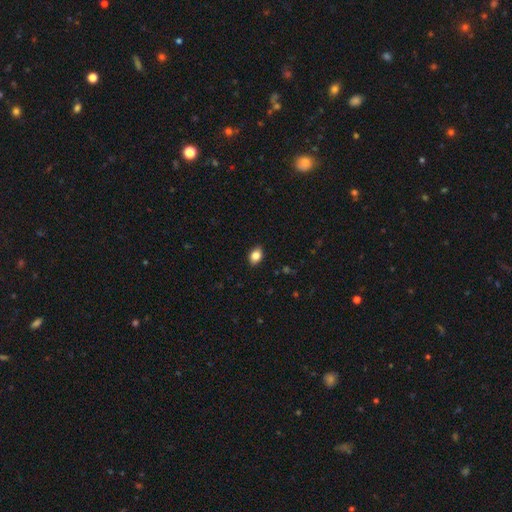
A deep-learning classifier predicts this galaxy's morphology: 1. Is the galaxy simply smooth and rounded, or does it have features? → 84% smooth, 9% star or artifact, 7% featured or disk.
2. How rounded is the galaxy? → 79% in between, 20% round, 1% cigar-shaped.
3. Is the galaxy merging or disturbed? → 89% none, 9% minor disturbance, 2% major disturbance, 1% merger.